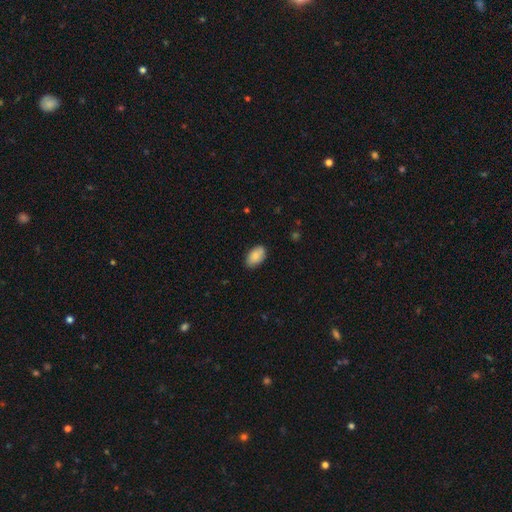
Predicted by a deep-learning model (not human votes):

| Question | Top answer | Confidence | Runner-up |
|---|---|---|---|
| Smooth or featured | smooth | 86% | featured or disk (7%) |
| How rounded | in between | 93% | round (5%) |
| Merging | none | 82% | minor disturbance (14%) |